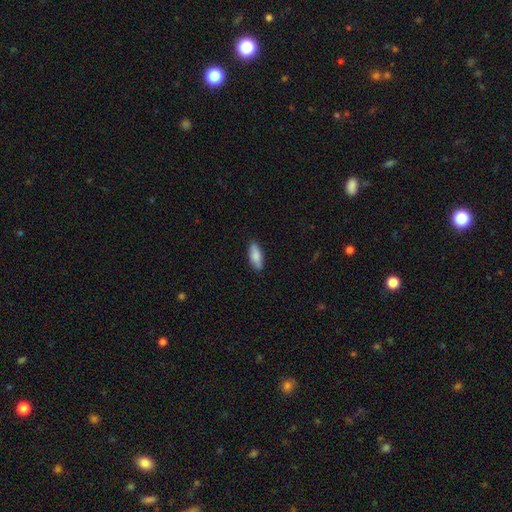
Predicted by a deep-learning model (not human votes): Q: Smooth or featured?
A: smooth (83%); runner-up: featured or disk (11%)
Q: How rounded?
A: in between (73%); runner-up: cigar-shaped (25%)
Q: Merging?
A: none (87%); runner-up: minor disturbance (10%)